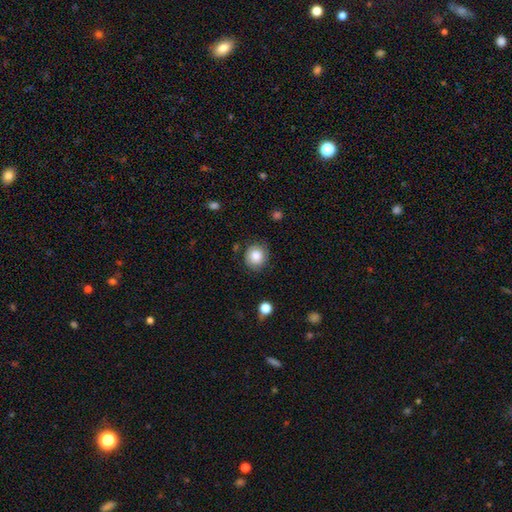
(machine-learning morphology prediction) Smooth or featured? Predicted: smooth (p=0.81). How rounded? Predicted: round (p=0.86). Merging? Predicted: none (p=0.82).